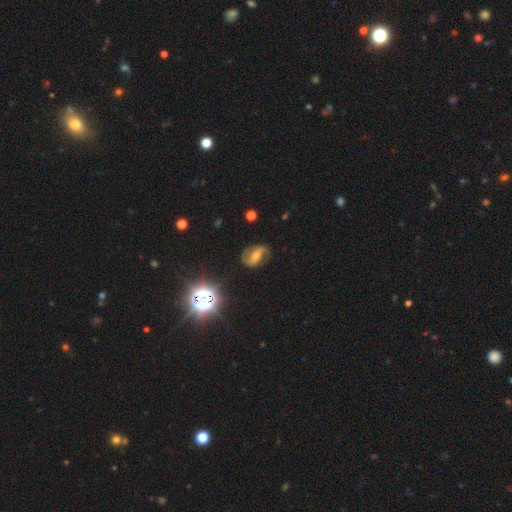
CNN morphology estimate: Q: Smooth or featured?
A: featured or disk (75%); runner-up: star or artifact (13%)
Q: Edge-on disk?
A: no (96%); runner-up: yes (4%)
Q: Bar?
A: weak (37%); runner-up: strong (35%)
Q: Spiral arms?
A: yes (92%); runner-up: no (8%)
Q: Spiral winding?
A: loose (48%); runner-up: medium (38%)
Q: Spiral arm count?
A: 2 (89%); runner-up: can't tell (4%)
Q: Bulge size?
A: moderate (58%); runner-up: small (36%)
Q: Merging?
A: none (77%); runner-up: minor disturbance (15%)